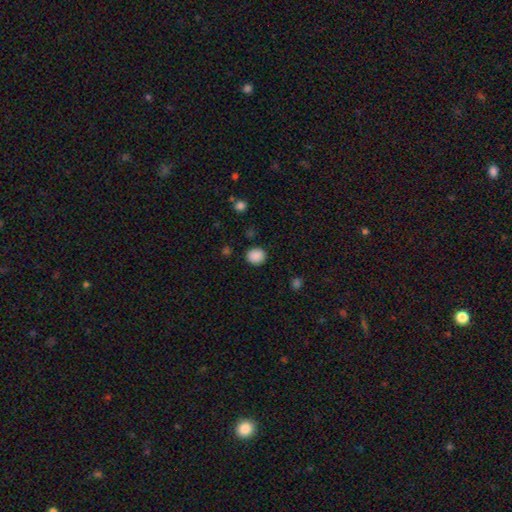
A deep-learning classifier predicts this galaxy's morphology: The model was most divided on "how rounded": round: 75%, in between: 24%, cigar-shaped: 1%. More confident: smooth or featured — smooth (88%); merging — none (88%).